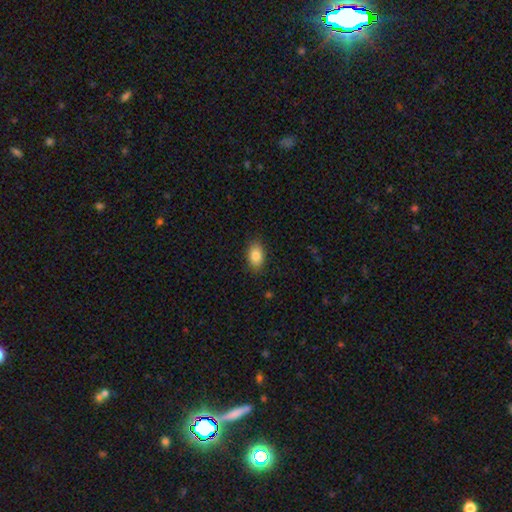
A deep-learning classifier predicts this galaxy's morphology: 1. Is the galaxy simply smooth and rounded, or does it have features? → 84% smooth, 8% featured or disk, 8% star or artifact.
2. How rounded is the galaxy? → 88% in between, 10% round, 2% cigar-shaped.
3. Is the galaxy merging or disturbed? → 86% none, 10% minor disturbance, 2% major disturbance, 1% merger.